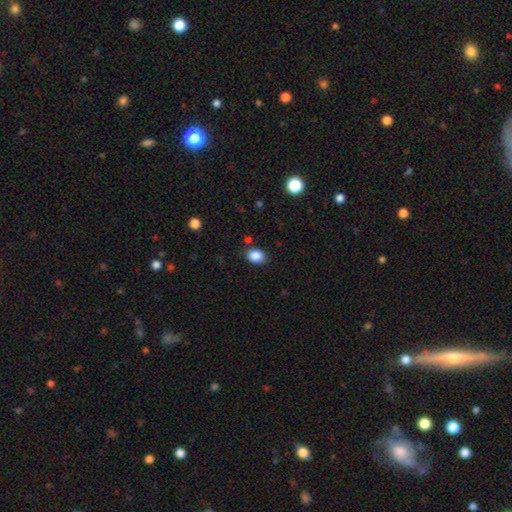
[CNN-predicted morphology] The model was most divided on "how rounded": in between: 69%, round: 30%, cigar-shaped: 1%. More confident: smooth or featured — smooth (87%); merging — none (80%).